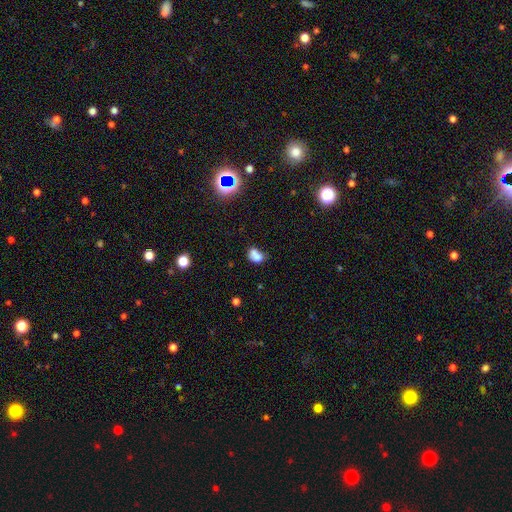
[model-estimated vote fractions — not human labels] A smooth galaxy with no disk features (71%) that is in between round and cigar-shaped (63%). Merging: merger (50%).